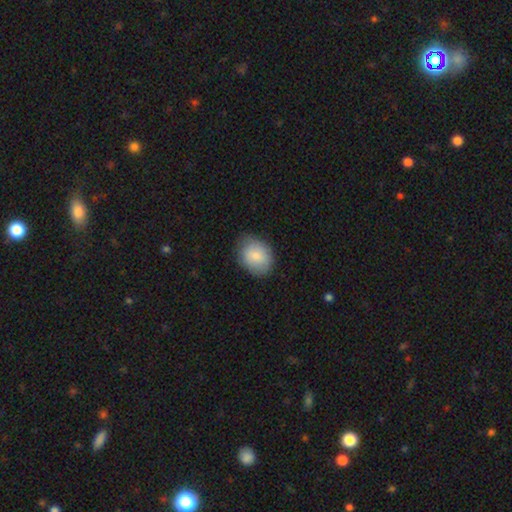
Q: Smooth or featured?
A: smooth (86%); runner-up: featured or disk (11%)
Q: How rounded?
A: in between (66%); runner-up: round (34%)
Q: Merging?
A: none (78%); runner-up: minor disturbance (17%)